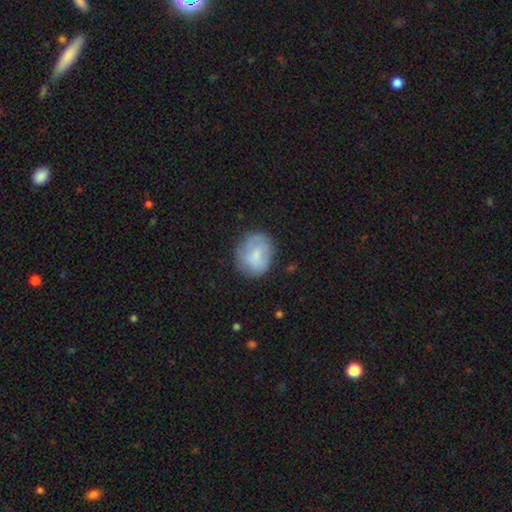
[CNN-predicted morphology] Overall: smooth (63%; featured or disk 30%). How rounded: round (62%; in between 37%). Merging: none (67%).